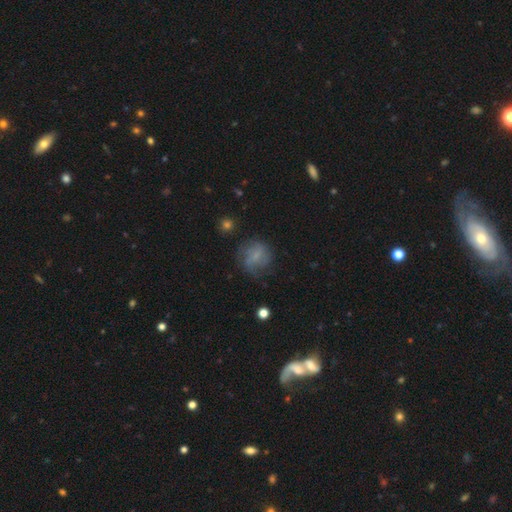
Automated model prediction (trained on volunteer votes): A smooth galaxy with no disk features (52%) that is round (77%). Merging: none (61%).